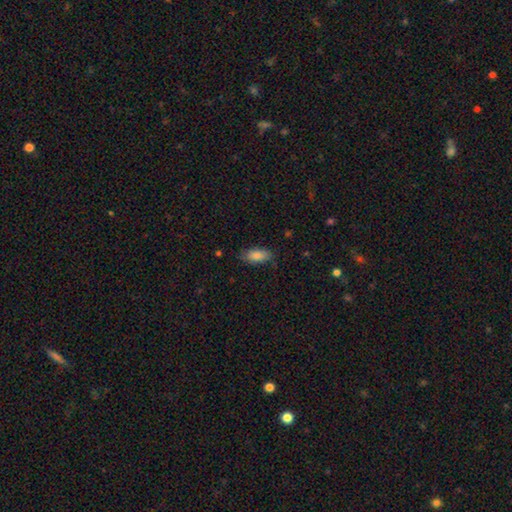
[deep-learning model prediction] Smooth or featured?
  - smooth: 85% *
  - featured or disk: 8%
  - star or artifact: 7%
How rounded?
  - in between: 87% *
  - cigar-shaped: 10%
  - round: 2%
Merging?
  - none: 80% *
  - minor disturbance: 15%
  - major disturbance: 3%
  - merger: 1%